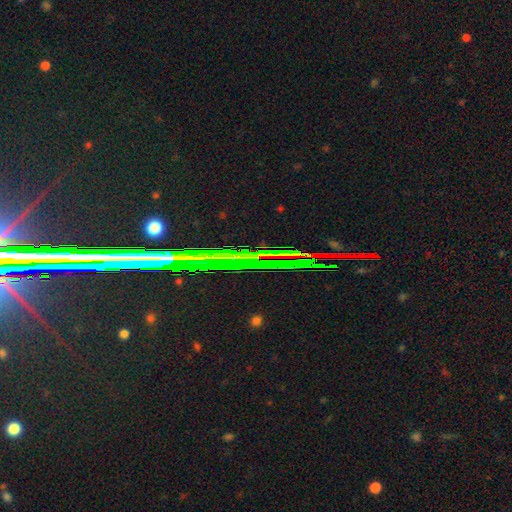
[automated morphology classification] Smooth or featured: star or artifact — 77% (featured or disk — 15%)